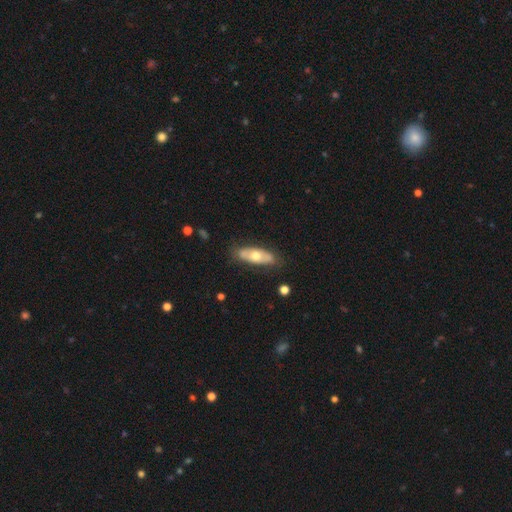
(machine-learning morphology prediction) smooth_or_featured: smooth (p=0.50) [alt: featured or disk p=0.44]
how_rounded: in between (p=0.73) [alt: cigar-shaped p=0.24]
merging: none (p=0.78) [alt: minor disturbance p=0.16]